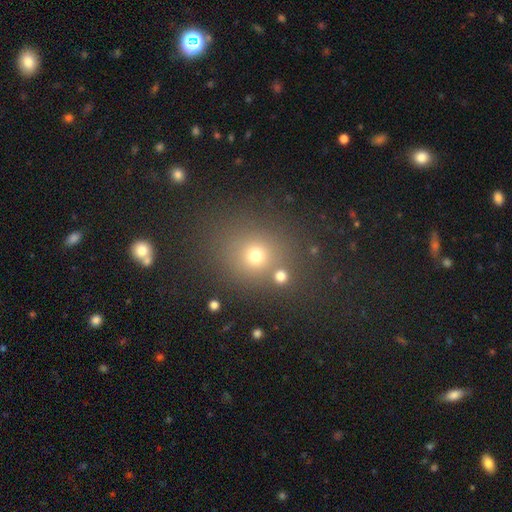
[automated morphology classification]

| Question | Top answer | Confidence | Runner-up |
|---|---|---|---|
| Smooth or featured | smooth | 66% | star or artifact (24%) |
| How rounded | round | 76% | in between (23%) |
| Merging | none | 75% | minor disturbance (11%) |